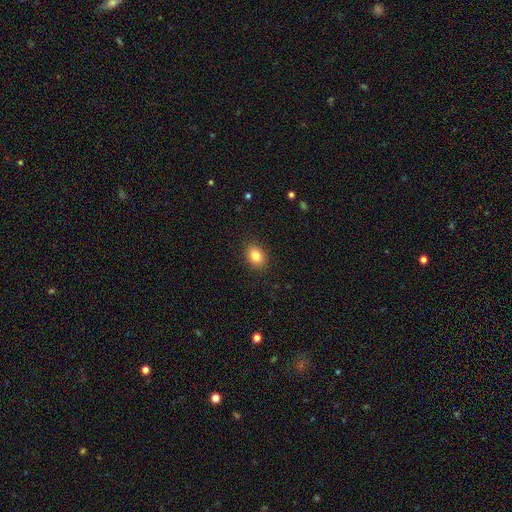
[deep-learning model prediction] This is clearly a smooth galaxy (84%). How rounded: likely in between (67%). Merging: clearly none (88%).